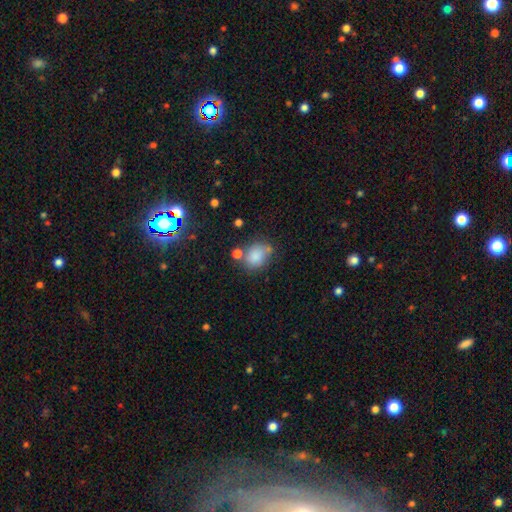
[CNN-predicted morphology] Q: Smooth or featured?
A: smooth (82%); runner-up: star or artifact (10%)
Q: How rounded?
A: in between (52%); runner-up: round (47%)
Q: Merging?
A: none (58%); runner-up: minor disturbance (19%)